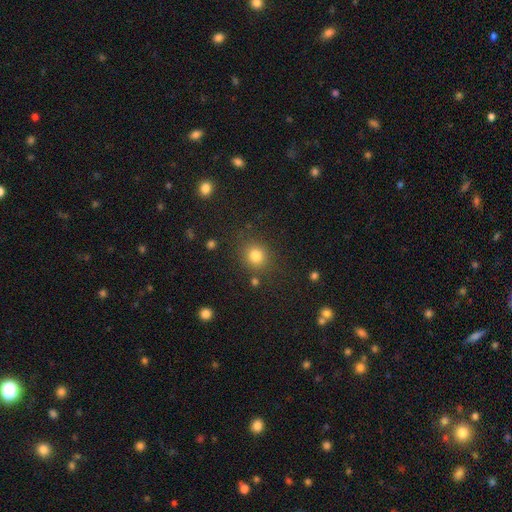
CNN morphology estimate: This appears to be a smooth galaxy with no disk features (80%) that is round (85%). Merging: none (82%).